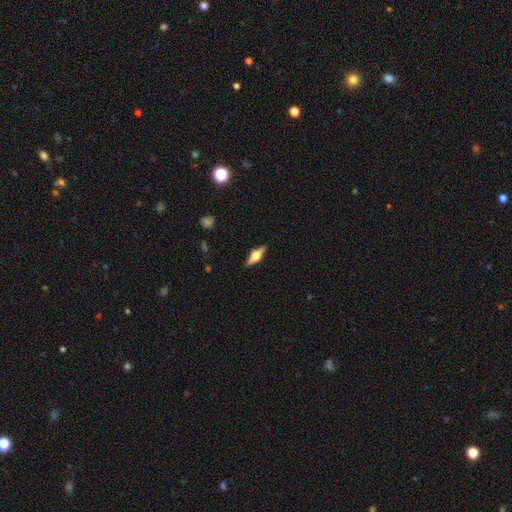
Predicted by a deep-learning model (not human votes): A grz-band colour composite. It shows a featured or disk galaxy (62%) viewed edge-on (95%) with a rounded central bulge (93%). Merging: none (89%).